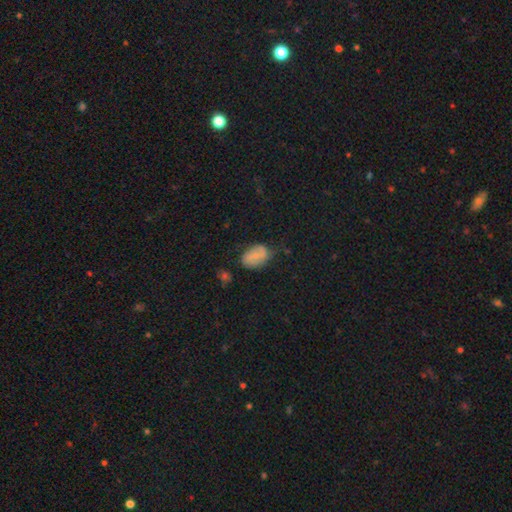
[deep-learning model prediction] smooth 63%, featured or disk 27%, star or artifact 10%. Down the decision tree: how rounded — in between (87%); merging — none (60%).